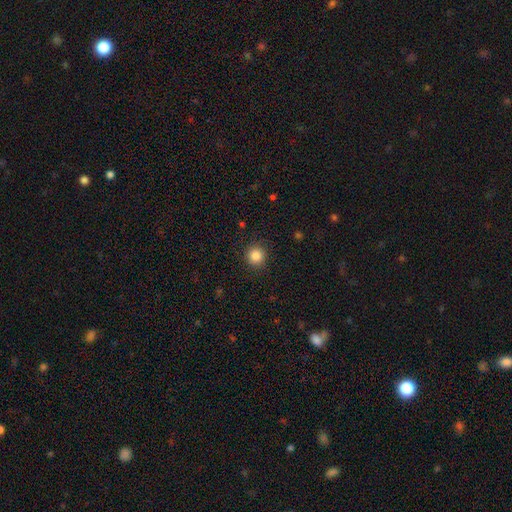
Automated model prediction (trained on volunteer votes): smooth_or_featured: smooth (p=0.85) [alt: star or artifact p=0.11]
how_rounded: round (p=0.93) [alt: in between p=0.06]
merging: none (p=0.90) [alt: minor disturbance p=0.07]